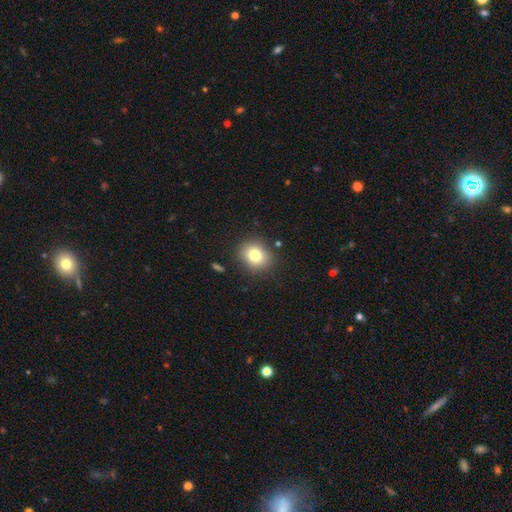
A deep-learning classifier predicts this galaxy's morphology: Overall: smooth (78%). How rounded: round (69%; in between 30%). Merging: none (88%).